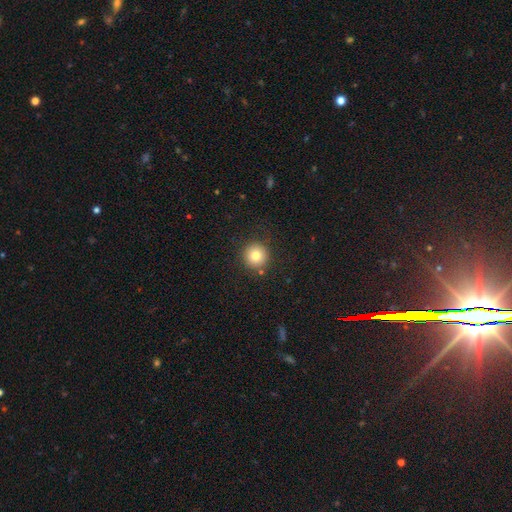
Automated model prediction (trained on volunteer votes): A smooth galaxy with no disk features (79%) that is round (95%).

Vote fractions:
- Smooth or featured? smooth: 79% / star or artifact: 12% / featured or disk: 10%
- How rounded? round: 95% / in between: 4% / cigar-shaped: 1%
- Merging? none: 88% / minor disturbance: 7% / major disturbance: 3% / merger: 2%